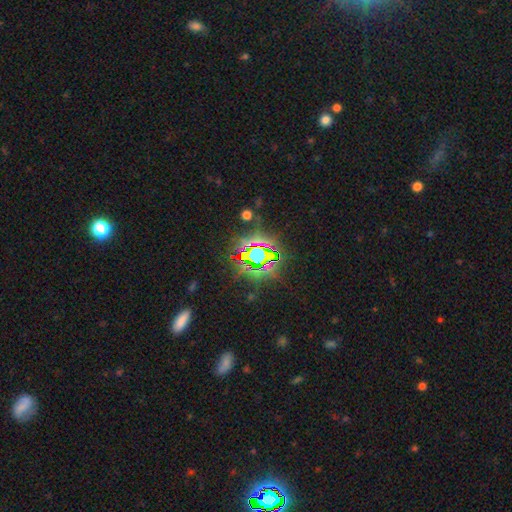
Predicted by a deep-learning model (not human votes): Q: Smooth or featured?
A: star or artifact (80%); runner-up: smooth (11%)